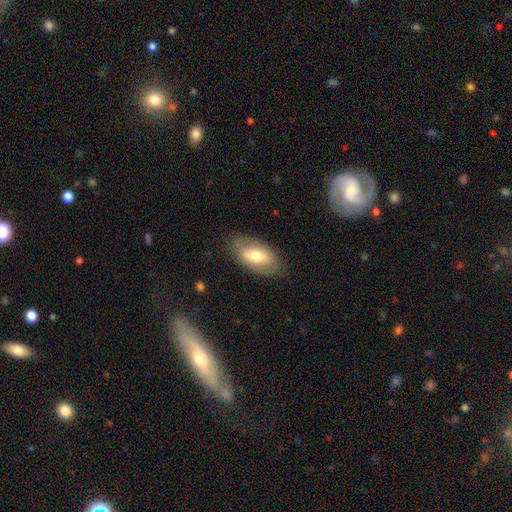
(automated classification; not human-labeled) smooth 64%, featured or disk 30%, star or artifact 6%. Down the decision tree: how rounded — in between (92%); merging — none (79%).